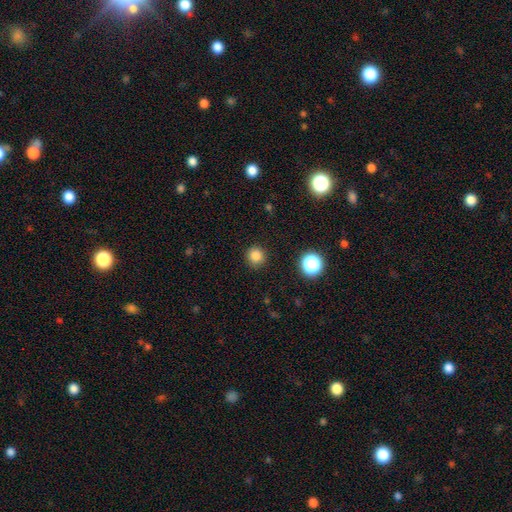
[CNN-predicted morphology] This appears to be a smooth galaxy with no disk features (83%) that is round (94%). Merging: none (91%).